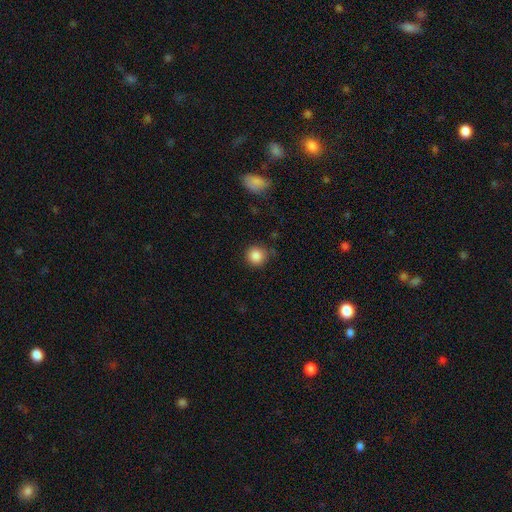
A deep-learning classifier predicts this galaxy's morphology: Smooth or featured?
  - smooth: 86% *
  - star or artifact: 10%
  - featured or disk: 4%
How rounded?
  - round: 93% *
  - in between: 6%
  - cigar-shaped: 1%
Merging?
  - none: 81% *
  - minor disturbance: 13%
  - major disturbance: 3%
  - merger: 2%